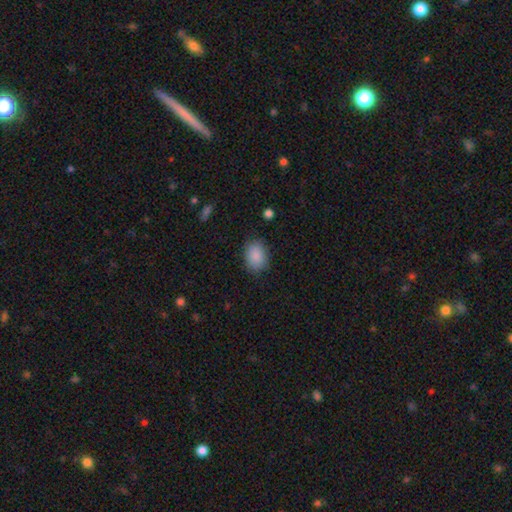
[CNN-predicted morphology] This appears to be a smooth galaxy with no disk features (89%) that is in between round and cigar-shaped (74%). Merging: none (85%).